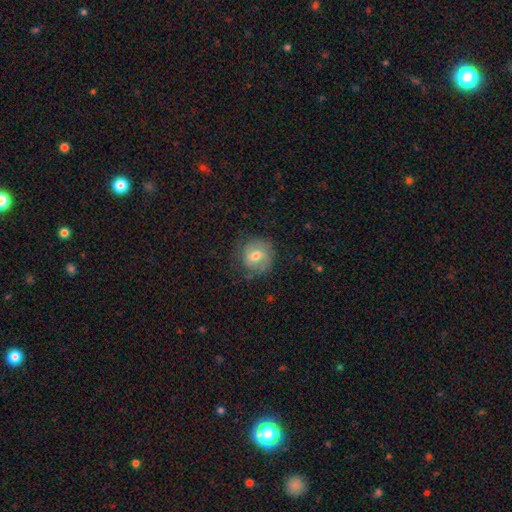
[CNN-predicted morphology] Q: Smooth or featured?
A: featured or disk (48%); runner-up: smooth (44%)
Q: Merging?
A: none (67%); runner-up: minor disturbance (21%)